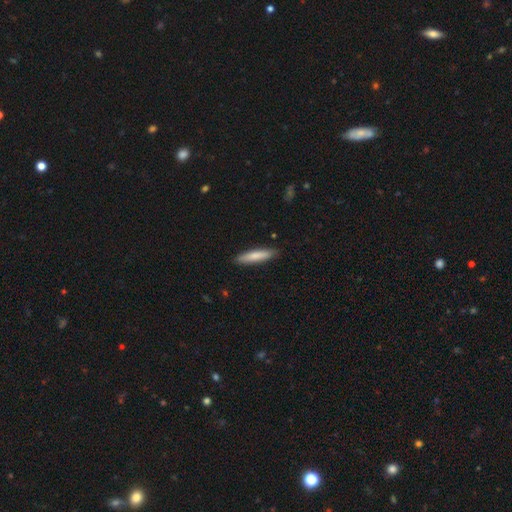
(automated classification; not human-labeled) The model was most divided on "smooth or featured": smooth: 77%, featured or disk: 18%, star or artifact: 5%. More confident: merging — none (89%); how rounded — cigar-shaped (86%).